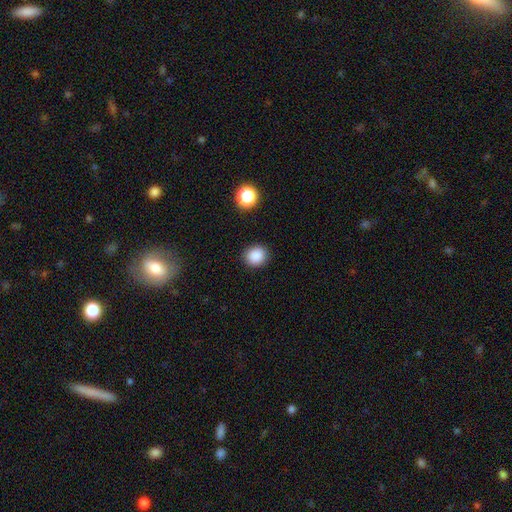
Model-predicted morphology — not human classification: Smooth or featured?
  - smooth: 87% *
  - star or artifact: 10%
  - featured or disk: 3%
How rounded?
  - round: 77% *
  - in between: 22%
  - cigar-shaped: 1%
Merging?
  - none: 89% *
  - minor disturbance: 8%
  - major disturbance: 2%
  - merger: 1%